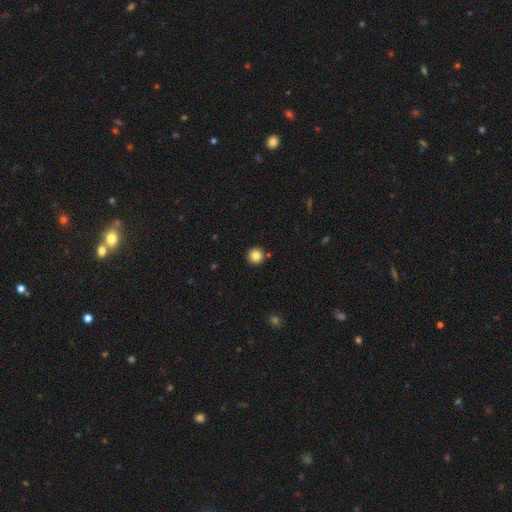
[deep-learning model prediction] This is clearly a smooth galaxy (83%). How rounded: clearly round (96%). Merging: clearly none (91%).